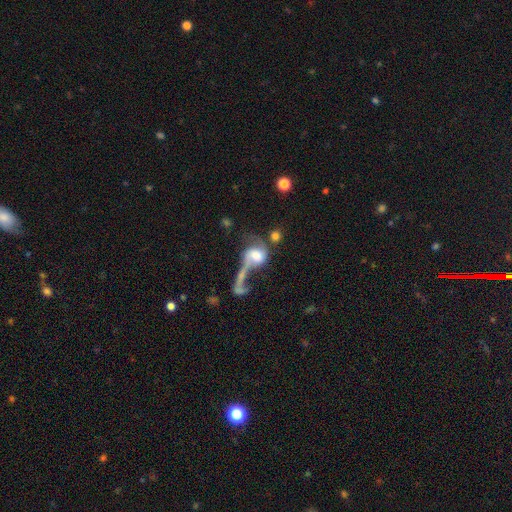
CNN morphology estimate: This appears to be a featured or disk galaxy (61%) with no bar (60%), spiral arms (75%) and a large central bulge (34%). Merging: major disturbance (37%).